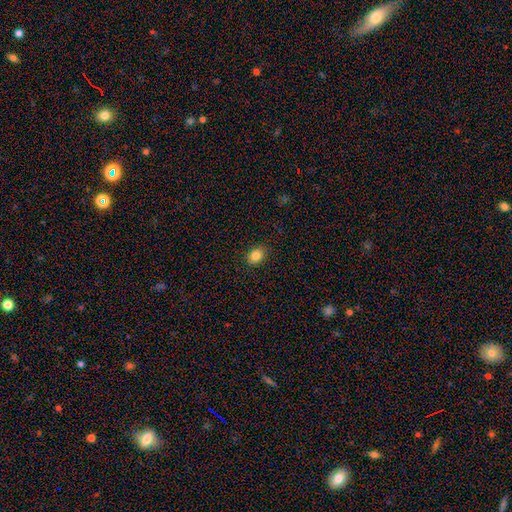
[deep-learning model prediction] The model was most divided on "how rounded": in between: 56%, round: 43%, cigar-shaped: 1%. More confident: merging — none (87%); smooth or featured — smooth (84%).